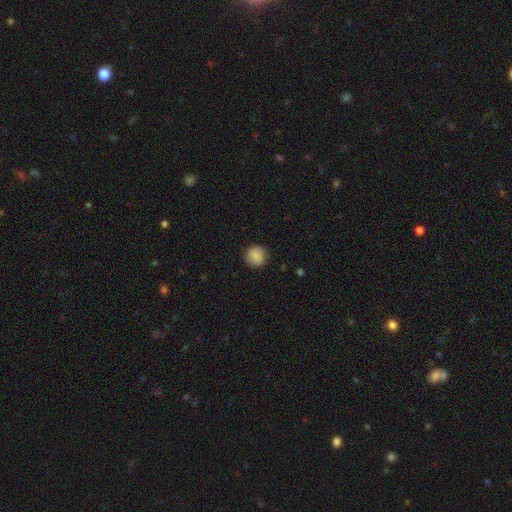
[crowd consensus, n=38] A smooth galaxy with no disk features (89%) that is round (91%). Merging: none (89%).